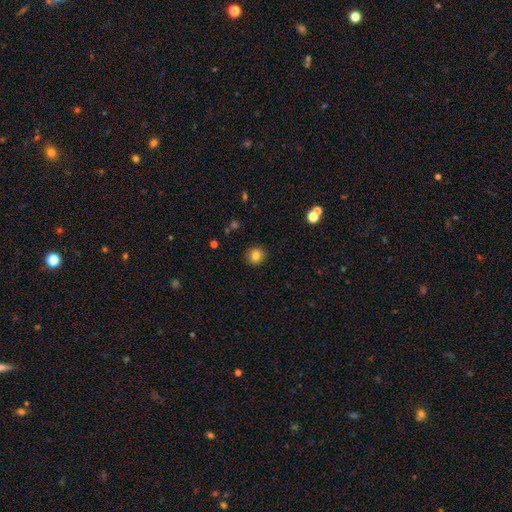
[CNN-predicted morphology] smooth 82%, star or artifact 11%, featured or disk 7%. Down the decision tree: how rounded — round (84%); merging — none (90%).